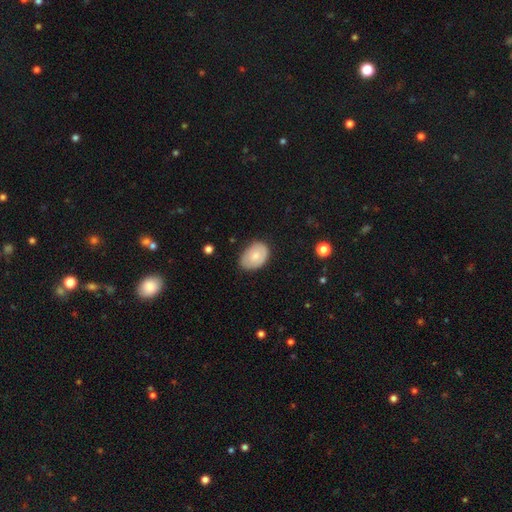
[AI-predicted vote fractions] smooth-or-featured: smooth: 73% | featured or disk: 20% | star or artifact: 6%
  how-rounded: in between: 81% | round: 18% | cigar-shaped: 1%
  merging: none: 71% | minor disturbance: 23% | major disturbance: 4% | merger: 1%